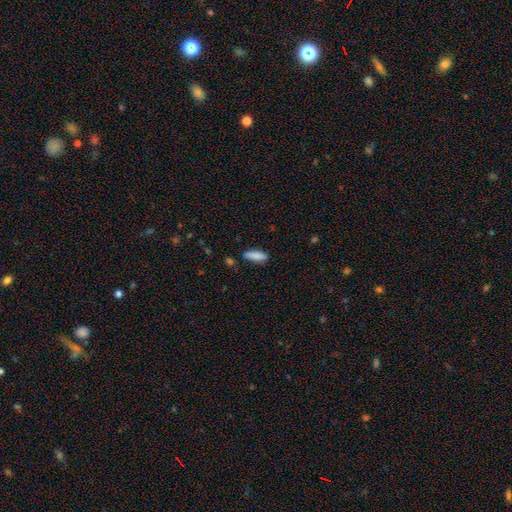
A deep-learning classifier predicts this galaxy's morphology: Overall: smooth (87%). How rounded: in between (59%; cigar-shaped 39%). Merging: none (82%).